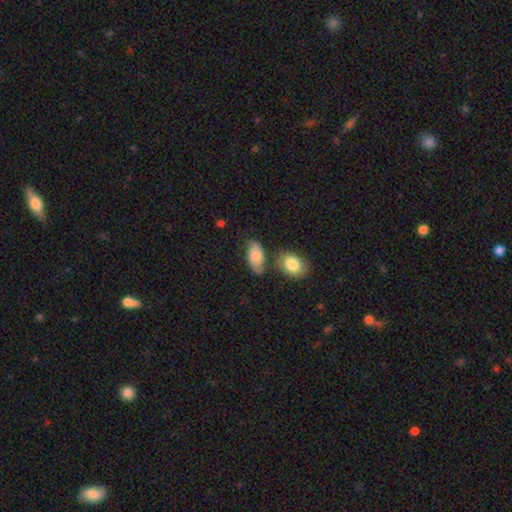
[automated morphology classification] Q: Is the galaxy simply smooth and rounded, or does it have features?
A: smooth — 80%.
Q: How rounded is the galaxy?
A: in between — 93%.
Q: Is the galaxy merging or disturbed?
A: none — 58%.